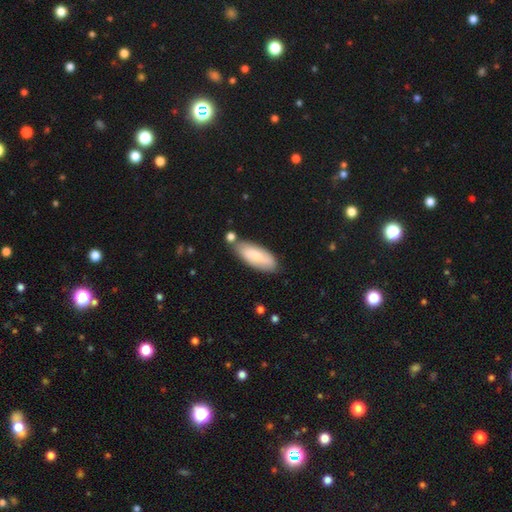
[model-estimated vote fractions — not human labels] This is likely a smooth galaxy (71%). How rounded: likely in between (75%). Merging: likely none (71%).